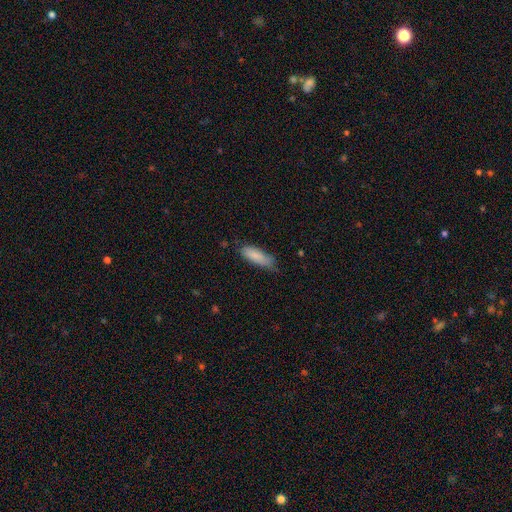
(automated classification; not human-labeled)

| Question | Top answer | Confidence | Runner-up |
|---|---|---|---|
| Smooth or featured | smooth | 85% | featured or disk (9%) |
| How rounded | in between | 56% | cigar-shaped (42%) |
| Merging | none | 64% | minor disturbance (29%) |